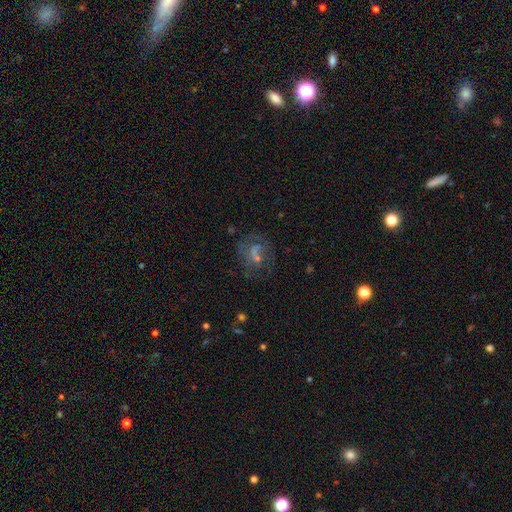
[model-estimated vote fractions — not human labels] Smooth or featured?
  - featured or disk: 48% *
  - smooth: 28%
  - star or artifact: 24%
Merging?
  - none: 56% *
  - major disturbance: 21%
  - minor disturbance: 18%
  - merger: 6%